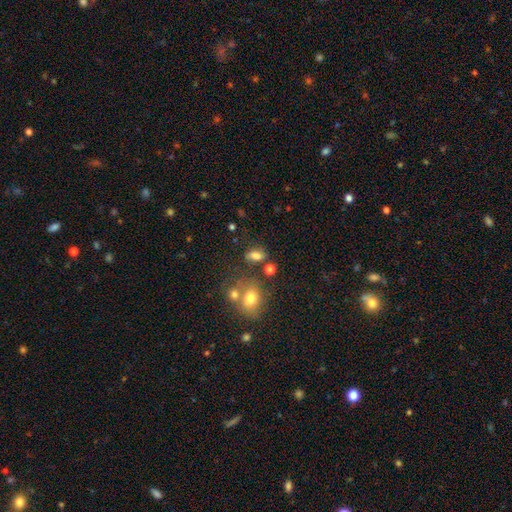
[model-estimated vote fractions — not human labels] Morphology: type=smooth (78%); roundness=in between (83%); merging=none (64%).